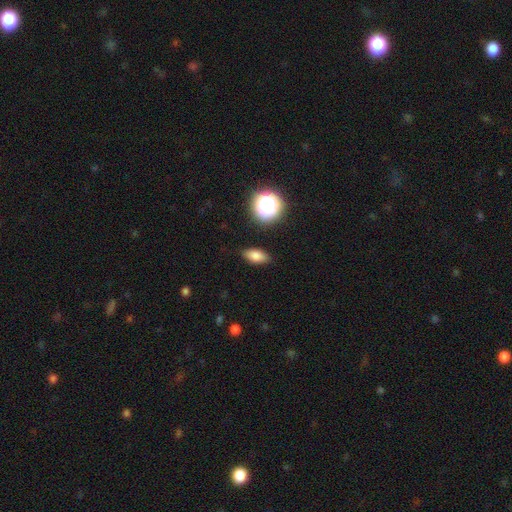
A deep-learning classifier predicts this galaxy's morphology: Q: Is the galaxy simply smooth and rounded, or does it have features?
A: smooth — 79%.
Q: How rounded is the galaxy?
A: in between — 83%.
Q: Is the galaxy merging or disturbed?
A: none — 87%.